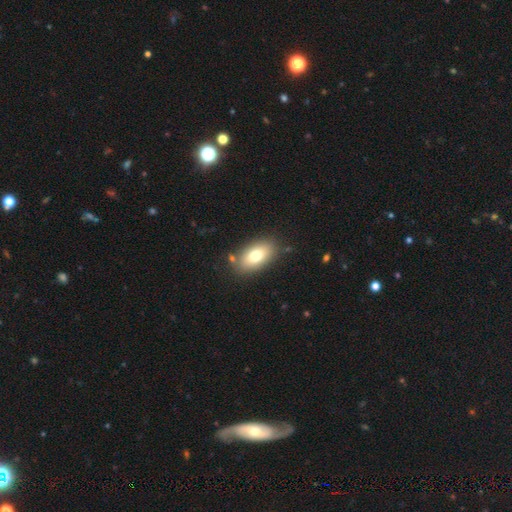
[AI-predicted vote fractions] Smooth or featured?
  - smooth: 75% *
  - featured or disk: 17%
  - star or artifact: 8%
How rounded?
  - in between: 91% *
  - round: 6%
  - cigar-shaped: 3%
Merging?
  - none: 83% *
  - minor disturbance: 11%
  - merger: 3%
  - major disturbance: 3%